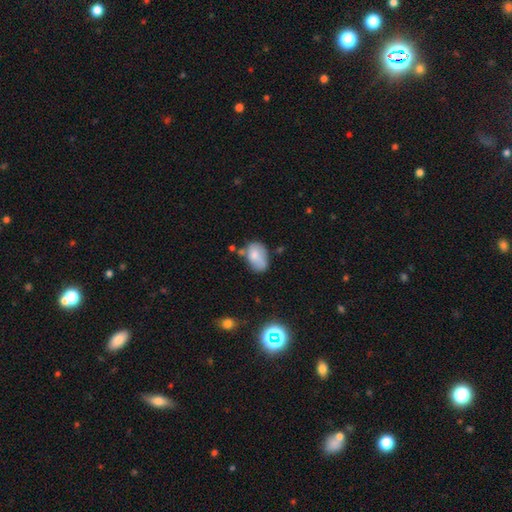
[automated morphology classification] A smooth galaxy with no disk features (73%) that is in between round and cigar-shaped (84%).

Vote fractions:
- Smooth or featured? smooth: 73% / featured or disk: 18% / star or artifact: 9%
- How rounded? in between: 84% / round: 15% / cigar-shaped: 1%
- Merging? none: 43% / minor disturbance: 31% / merger: 14% / major disturbance: 12%